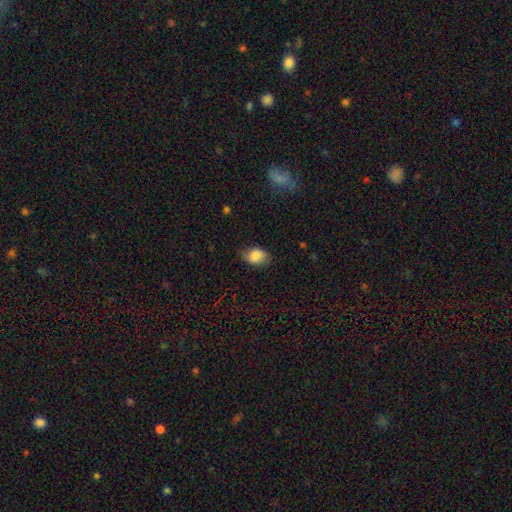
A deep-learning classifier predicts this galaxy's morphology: Smooth or featured? smooth (85%)
How rounded? in between (75%)
Merging? none (71%)